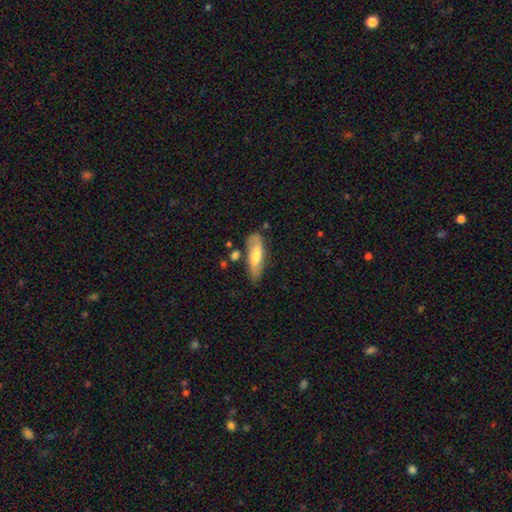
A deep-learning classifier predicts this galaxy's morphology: Smooth or featured? Predicted: smooth (p=0.49). Merging? Predicted: none (p=0.66).